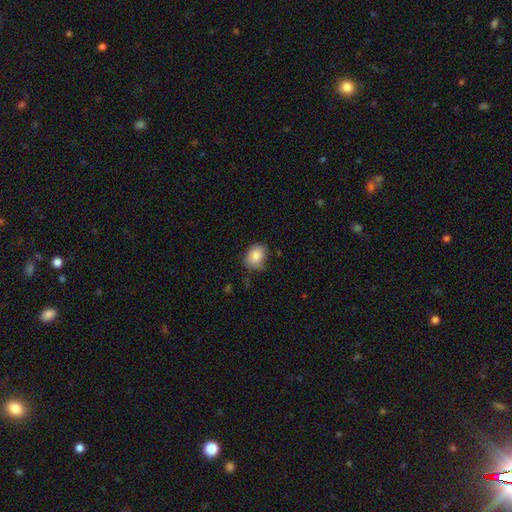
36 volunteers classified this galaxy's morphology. Volunteers were most divided on "merging": none: 57%, minor disturbance: 40%, major disturbance: 3%, merger: 0%. More confident: smooth or featured — smooth (92%); how rounded — in between (67%).